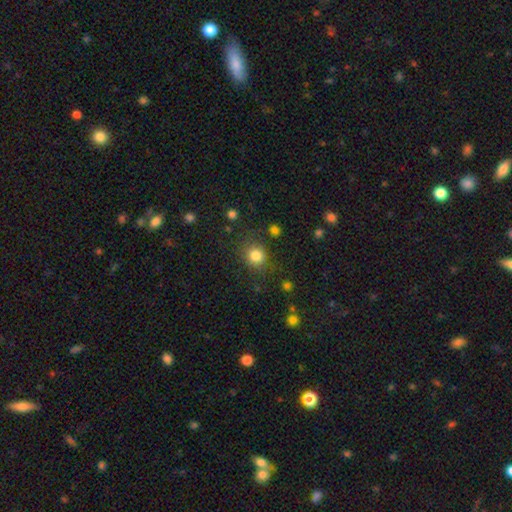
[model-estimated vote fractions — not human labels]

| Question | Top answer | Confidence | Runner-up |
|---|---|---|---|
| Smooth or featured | smooth | 82% | star or artifact (12%) |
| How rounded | round | 84% | in between (15%) |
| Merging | none | 81% | minor disturbance (12%) |